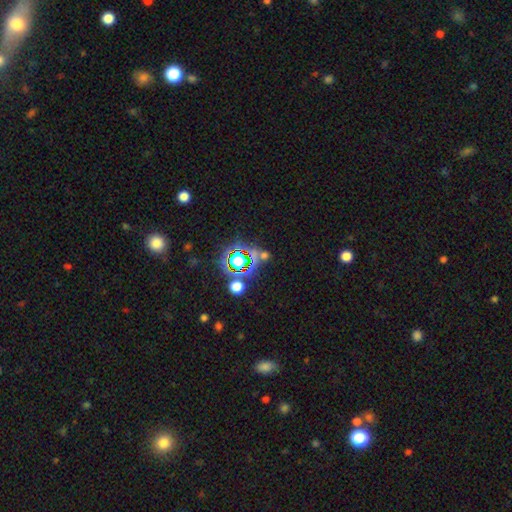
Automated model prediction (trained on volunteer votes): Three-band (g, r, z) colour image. It shows a star or artifact, not a galaxy (62%).